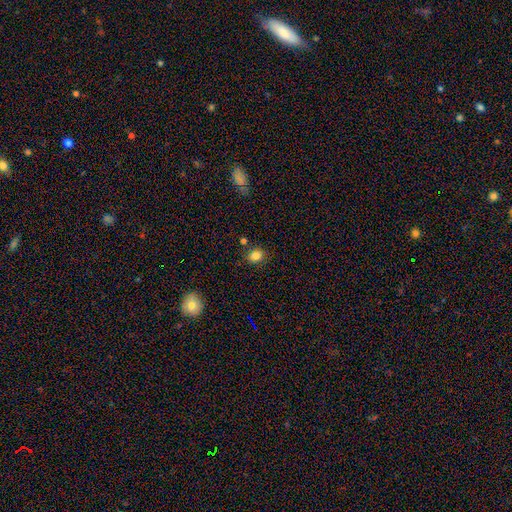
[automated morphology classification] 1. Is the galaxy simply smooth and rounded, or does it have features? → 83% smooth, 12% star or artifact, 5% featured or disk.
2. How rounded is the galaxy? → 50% round, 48% in between, 1% cigar-shaped.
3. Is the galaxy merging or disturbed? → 80% none, 11% minor disturbance, 5% merger, 3% major disturbance.